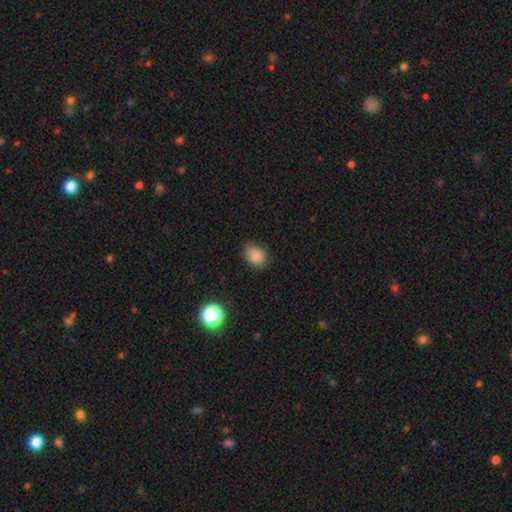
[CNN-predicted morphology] Smooth or featured? smooth (86%)
How rounded? in between (56%)
Merging? none (82%)